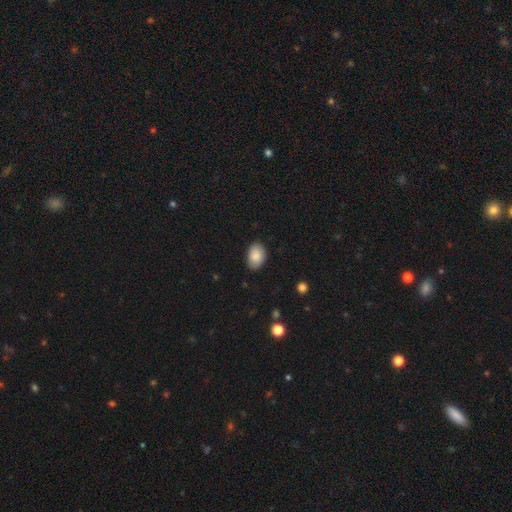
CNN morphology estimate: Smooth or featured?
  - smooth: 87% *
  - star or artifact: 7%
  - featured or disk: 6%
How rounded?
  - in between: 86% *
  - round: 13%
  - cigar-shaped: 1%
Merging?
  - none: 83% *
  - minor disturbance: 14%
  - major disturbance: 2%
  - merger: 1%